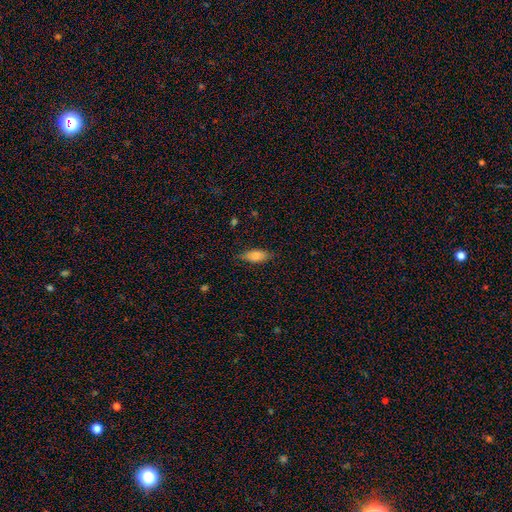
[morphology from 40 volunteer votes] smooth-or-featured: smooth: 70% | featured or disk: 18% | star or artifact: 12%
  how-rounded: in between: 75% | cigar-shaped: 21% | round: 4%
  merging: none: 86% | minor disturbance: 14% | major disturbance: 0% | merger: 0%